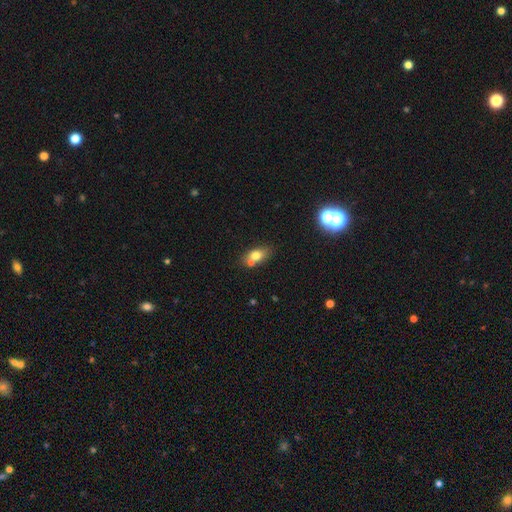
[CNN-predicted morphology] This appears to be a smooth galaxy with no disk features (72%) that is in between round and cigar-shaped (77%). Merging: none (54%).